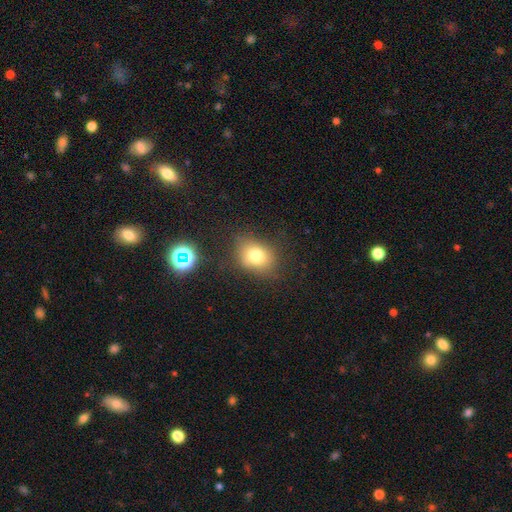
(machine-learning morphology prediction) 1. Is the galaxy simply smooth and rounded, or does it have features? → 75% smooth, 13% star or artifact, 11% featured or disk.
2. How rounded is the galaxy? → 56% in between, 43% round, 1% cigar-shaped.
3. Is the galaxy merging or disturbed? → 73% none, 17% minor disturbance, 6% major disturbance, 3% merger.